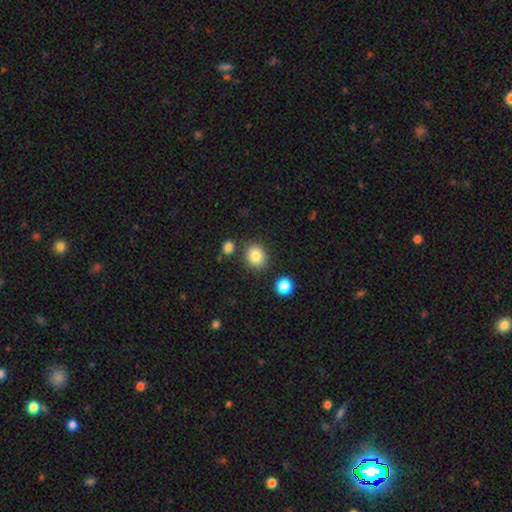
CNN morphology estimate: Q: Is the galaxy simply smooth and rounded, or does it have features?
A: smooth — 83%.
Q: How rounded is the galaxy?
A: round — 65%.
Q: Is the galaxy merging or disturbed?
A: none — 82%.